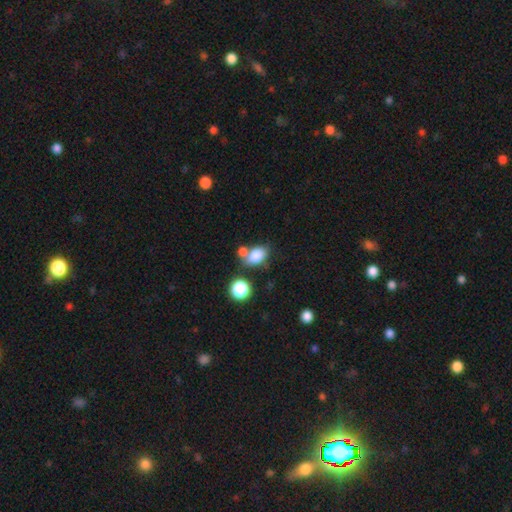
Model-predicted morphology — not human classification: This appears to be a smooth galaxy with no disk features (81%) that is in between round and cigar-shaped (78%). Merging: none (50%).